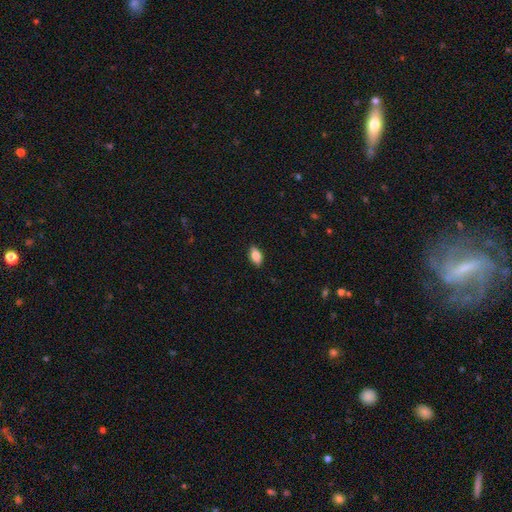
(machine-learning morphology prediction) The model was most divided on "smooth or featured": smooth: 81%, featured or disk: 12%, star or artifact: 7%. More confident: how rounded — in between (90%); merging — none (87%).